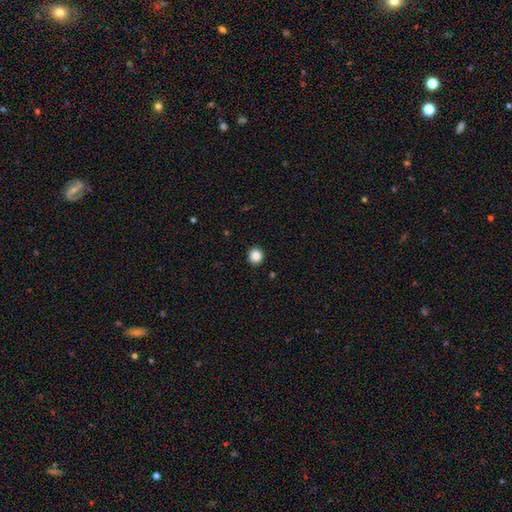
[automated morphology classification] Smooth or featured? smooth (87%)
How rounded? round (92%)
Merging? none (92%)